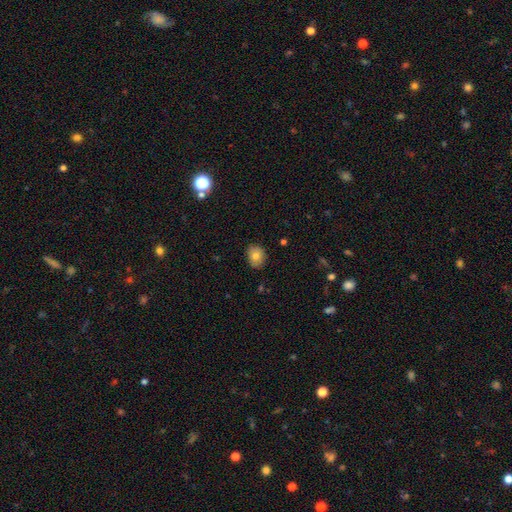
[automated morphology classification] The model was most divided on "how rounded": in between: 53%, round: 46%, cigar-shaped: 1%. More confident: merging — none (83%); smooth or featured — smooth (78%).